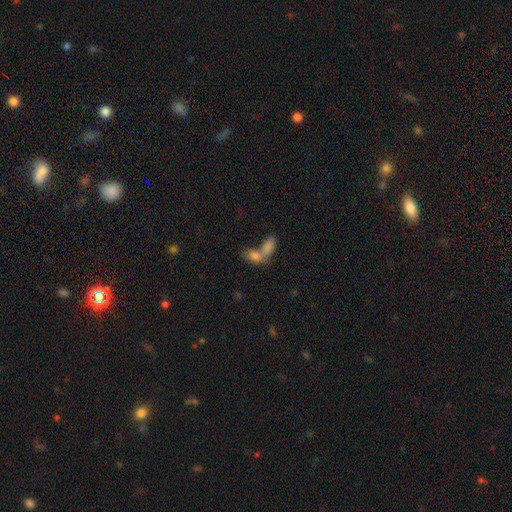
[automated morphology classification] The model was most divided on "merging": merger: 70%, none: 20%, minor disturbance: 6%, major disturbance: 4%. More confident: how rounded — in between (85%); smooth or featured — smooth (78%).